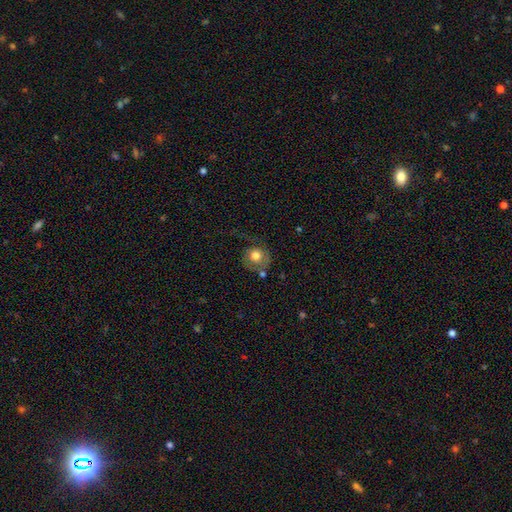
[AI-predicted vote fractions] smooth-or-featured: smooth: 61% | featured or disk: 31% | star or artifact: 8%
  how-rounded: round: 85% | in between: 14% | cigar-shaped: 1%
  merging: none: 45% | major disturbance: 26% | minor disturbance: 22% | merger: 7%